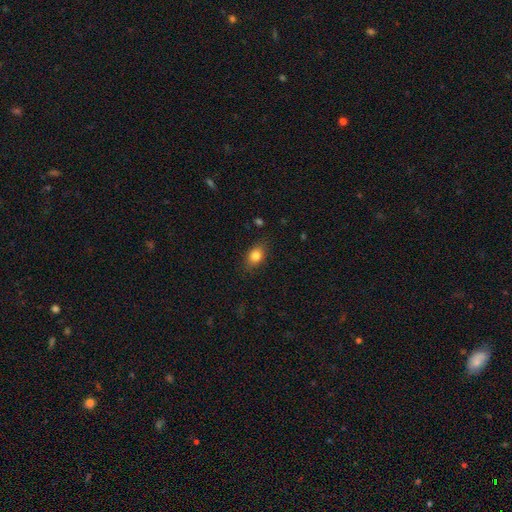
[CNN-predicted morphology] The model was most divided on "how rounded": in between: 75%, round: 22%, cigar-shaped: 3%. More confident: smooth or featured — smooth (83%); merging — none (82%).